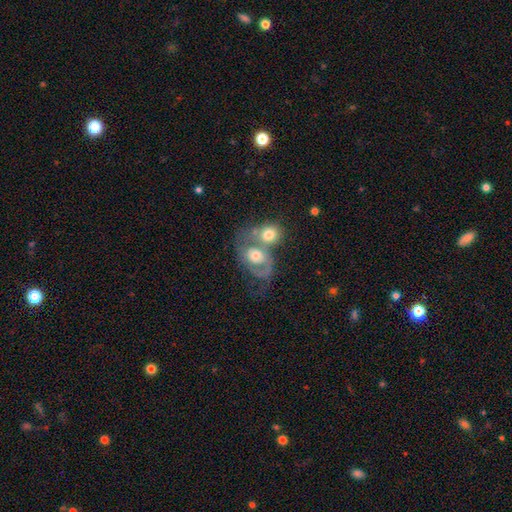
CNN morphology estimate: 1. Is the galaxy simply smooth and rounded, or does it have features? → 53% featured or disk, 39% smooth, 7% star or artifact.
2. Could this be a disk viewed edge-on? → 97% no, 3% yes.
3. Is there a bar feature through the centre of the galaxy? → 84% no, 13% weak, 3% strong.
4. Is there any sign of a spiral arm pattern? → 52% yes, 48% no.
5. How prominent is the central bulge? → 65% moderate, 19% small, 12% large, 2% none, 2% dominant.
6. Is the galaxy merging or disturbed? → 60% merger, 18% none, 12% major disturbance, 9% minor disturbance.